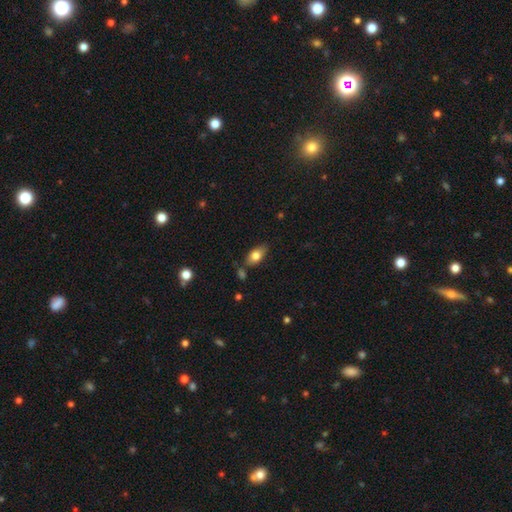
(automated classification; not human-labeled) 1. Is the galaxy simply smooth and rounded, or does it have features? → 77% smooth, 15% featured or disk, 8% star or artifact.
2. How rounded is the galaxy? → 88% in between, 7% round, 5% cigar-shaped.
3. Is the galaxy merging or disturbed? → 73% none, 17% minor disturbance, 7% merger, 4% major disturbance.